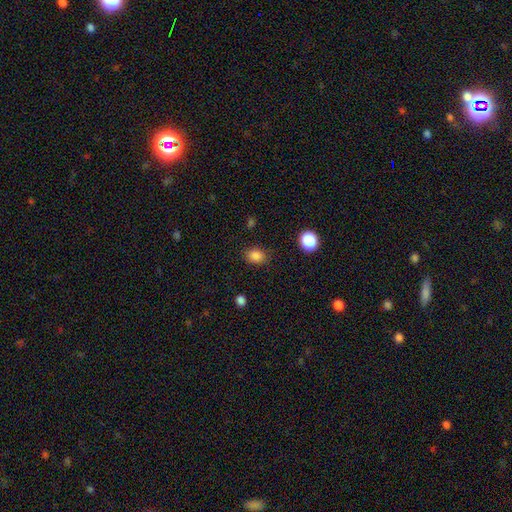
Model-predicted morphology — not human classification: Smooth or featured? Predicted: smooth (p=0.85). How rounded? Predicted: in between (p=0.58). Merging? Predicted: none (p=0.83).